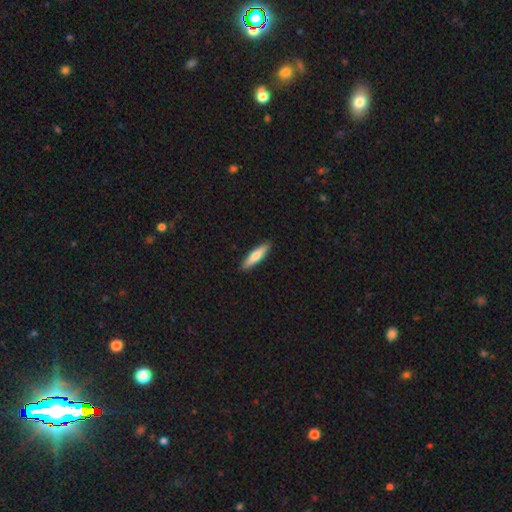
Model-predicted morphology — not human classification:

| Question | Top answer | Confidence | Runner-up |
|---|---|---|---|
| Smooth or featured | smooth | 68% | featured or disk (27%) |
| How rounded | cigar-shaped | 77% | in between (21%) |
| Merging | none | 91% | minor disturbance (7%) |